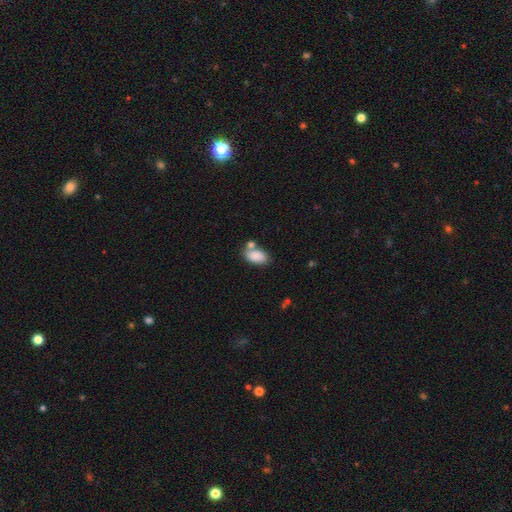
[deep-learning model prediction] A smooth galaxy with no disk features (84%) that is in between round and cigar-shaped (91%).

Vote fractions:
- Smooth or featured? smooth: 84% / featured or disk: 8% / star or artifact: 8%
- How rounded? in between: 91% / round: 7% / cigar-shaped: 2%
- Merging? none: 48% / merger: 31% / minor disturbance: 16% / major disturbance: 5%